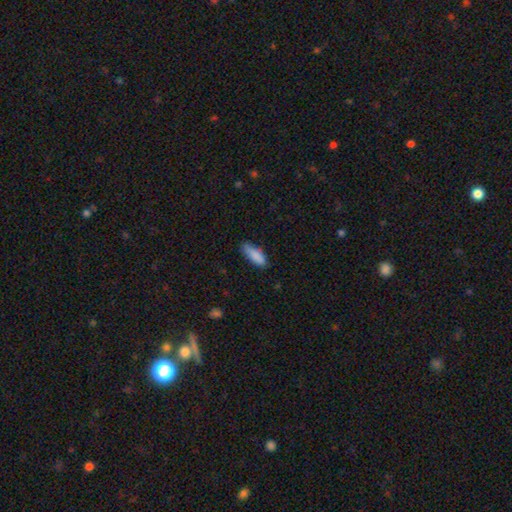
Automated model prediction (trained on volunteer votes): Smooth or featured: smooth — 87% (star or artifact — 7%)
How rounded: in between — 65% (cigar-shaped — 33%)
Merging: none — 70% (minor disturbance — 25%)